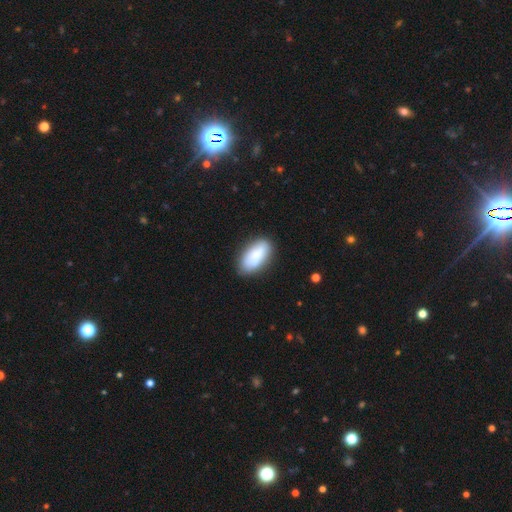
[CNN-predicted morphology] Overall: smooth (83%). How rounded: in between (90%). Merging: none (80%).